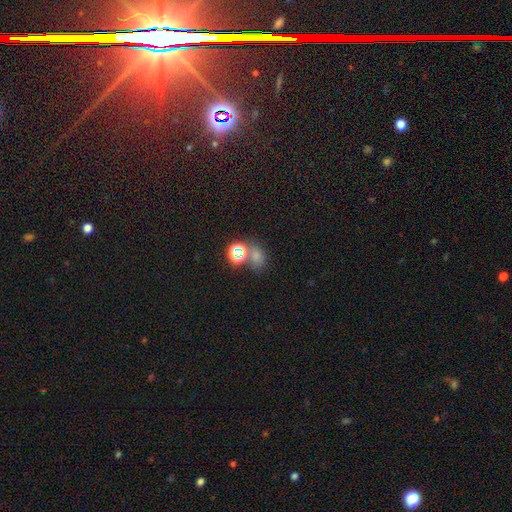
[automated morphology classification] Smooth or featured? smooth (58%)
How rounded? in between (51%)
Merging? none (54%)